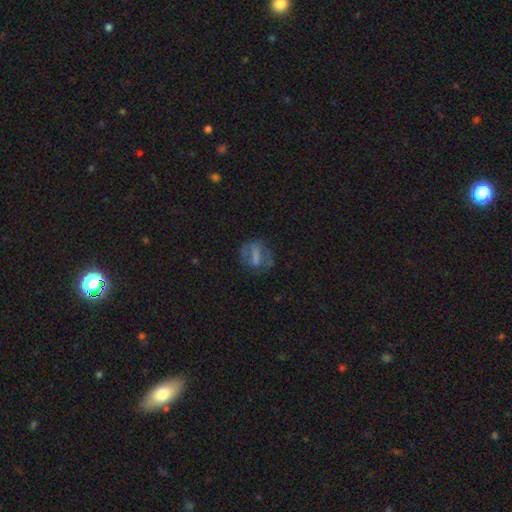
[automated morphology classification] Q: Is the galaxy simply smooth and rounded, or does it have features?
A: smooth — 44%, tied with featured or disk.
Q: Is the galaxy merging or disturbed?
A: none — 56%.